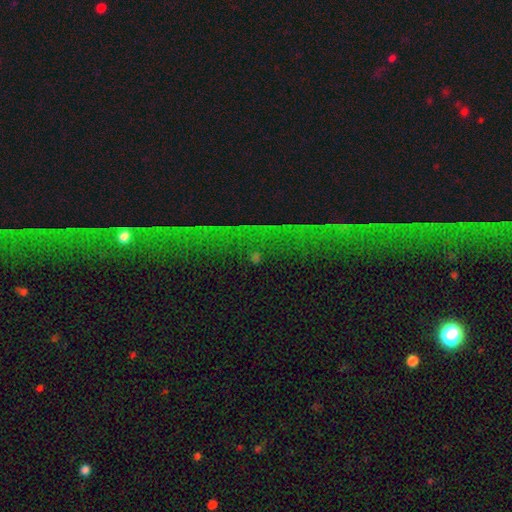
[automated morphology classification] star or artifact 73%, smooth 15%, featured or disk 12%.